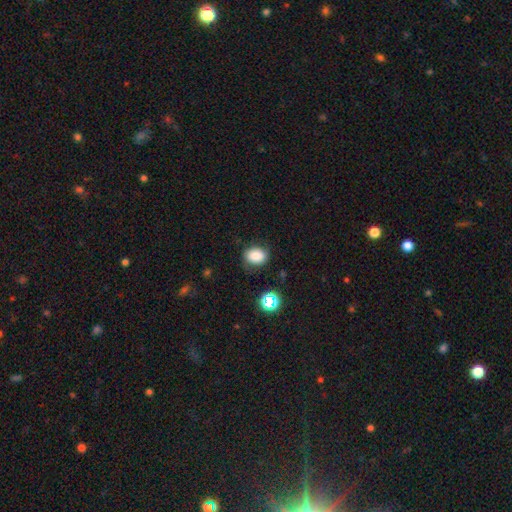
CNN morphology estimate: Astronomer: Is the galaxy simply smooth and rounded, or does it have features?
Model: smooth — 79%.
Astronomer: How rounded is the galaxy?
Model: in between — 57% (runner-up: round, 42%).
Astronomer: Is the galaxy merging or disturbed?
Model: none — 78%.